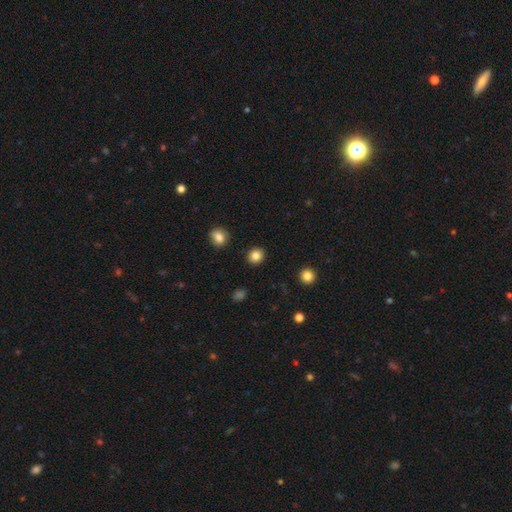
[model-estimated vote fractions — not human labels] Smooth or featured? smooth (84%)
How rounded? round (85%)
Merging? none (92%)